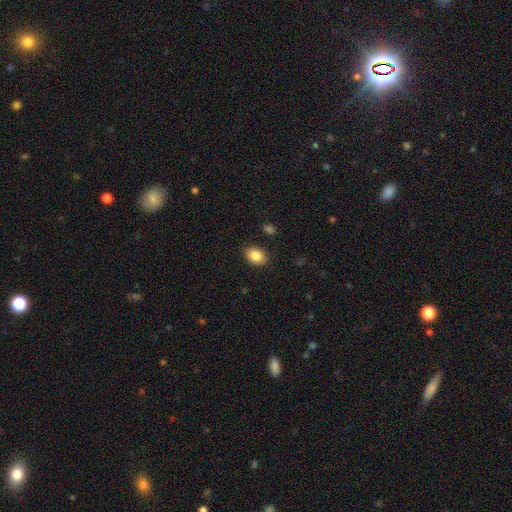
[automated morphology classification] This is clearly a smooth galaxy (87%). How rounded: likely in between (75%). Merging: clearly none (86%).